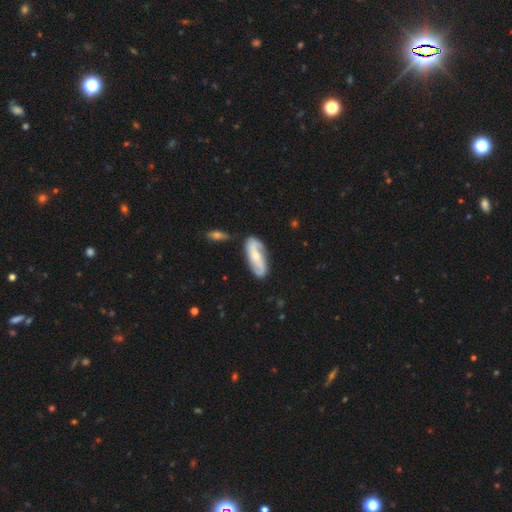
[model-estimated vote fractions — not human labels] Q: Smooth or featured?
A: featured or disk (70%); runner-up: smooth (25%)
Q: Edge-on disk?
A: no (90%); runner-up: yes (10%)
Q: Bar?
A: no (43%); runner-up: weak (34%)
Q: Spiral arms?
A: yes (91%); runner-up: no (9%)
Q: Spiral winding?
A: loose (43%); runner-up: medium (36%)
Q: Spiral arm count?
A: 2 (87%); runner-up: can't tell (7%)
Q: Bulge size?
A: small (54%); runner-up: moderate (40%)
Q: Merging?
A: none (78%); runner-up: minor disturbance (14%)